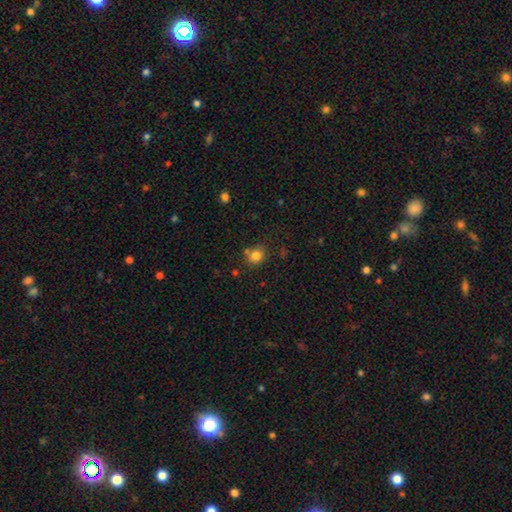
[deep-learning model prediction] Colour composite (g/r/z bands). It shows a smooth galaxy with no disk features (81%) that is round (76%). Merging: none (70%).